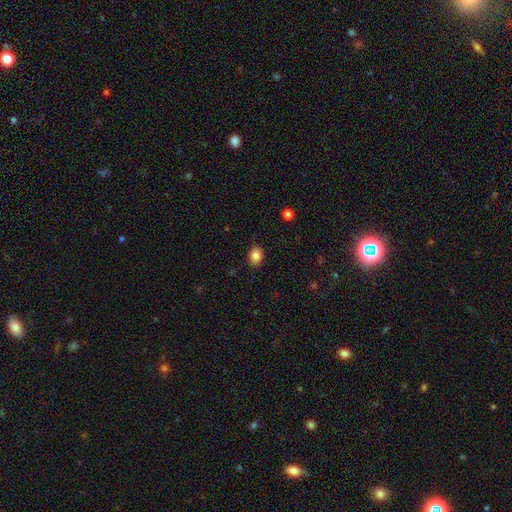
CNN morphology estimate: A smooth galaxy with no disk features (84%) that is in between round and cigar-shaped (61%). Merging: none (88%).